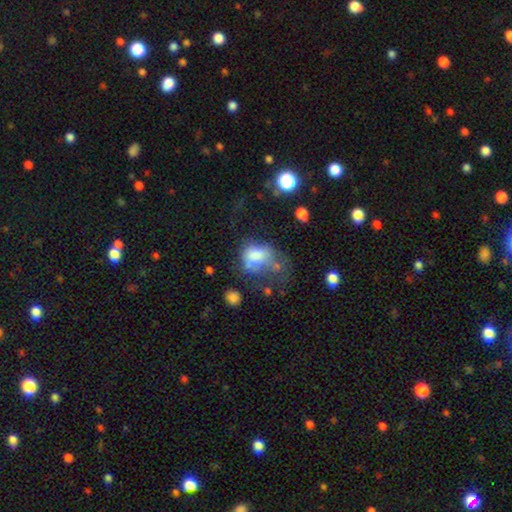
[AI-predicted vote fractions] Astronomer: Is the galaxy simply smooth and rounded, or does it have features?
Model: smooth — 58%.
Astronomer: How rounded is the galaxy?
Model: in between — 60% (runner-up: round, 39%).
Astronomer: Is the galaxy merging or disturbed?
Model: major disturbance — 45%.